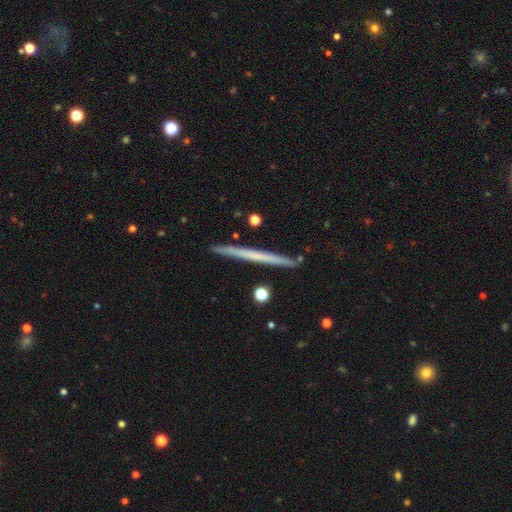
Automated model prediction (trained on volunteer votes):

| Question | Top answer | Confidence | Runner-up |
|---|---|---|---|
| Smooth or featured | featured or disk | 51% | smooth (43%) |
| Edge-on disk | yes | 97% | no (3%) |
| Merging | none | 90% | minor disturbance (7%) |